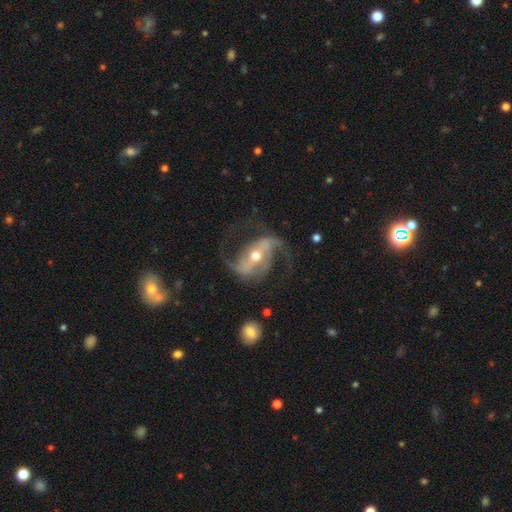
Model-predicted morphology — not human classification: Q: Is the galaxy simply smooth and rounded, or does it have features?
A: featured or disk — 91%.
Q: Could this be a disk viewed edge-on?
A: no — 97%.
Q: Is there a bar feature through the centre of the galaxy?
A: strong — 54%.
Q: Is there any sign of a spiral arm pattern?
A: yes — 97%.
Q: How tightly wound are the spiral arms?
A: loose — 48%.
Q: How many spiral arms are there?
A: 2 — 92%.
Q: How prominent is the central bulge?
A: moderate — 60%.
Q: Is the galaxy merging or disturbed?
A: none — 69%.